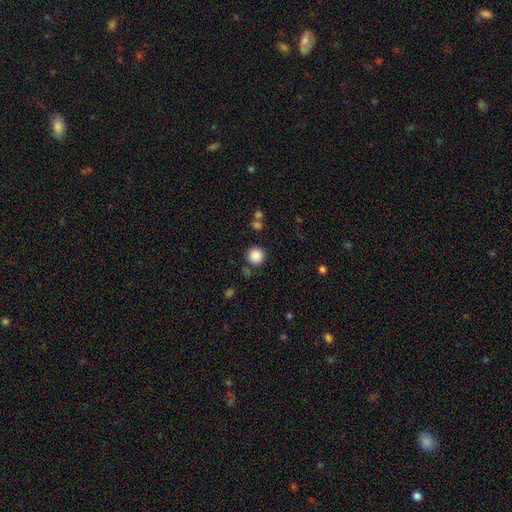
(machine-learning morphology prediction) smooth_or_featured: smooth (p=0.86) [alt: star or artifact p=0.10]
how_rounded: round (p=0.95) [alt: in between p=0.04]
merging: none (p=0.83) [alt: minor disturbance p=0.08]